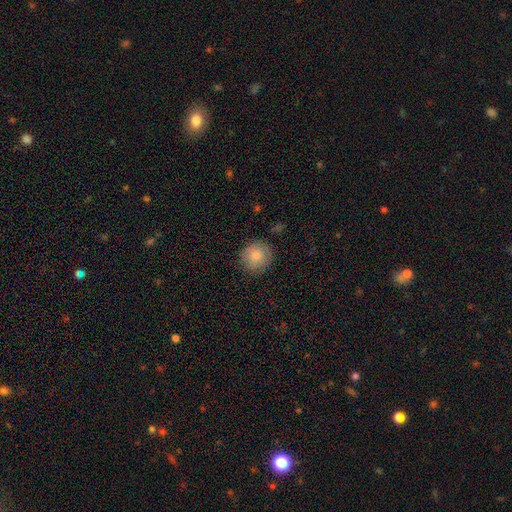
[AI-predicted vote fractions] This appears to be a smooth galaxy with no disk features (82%) that is round (93%). Merging: none (86%).